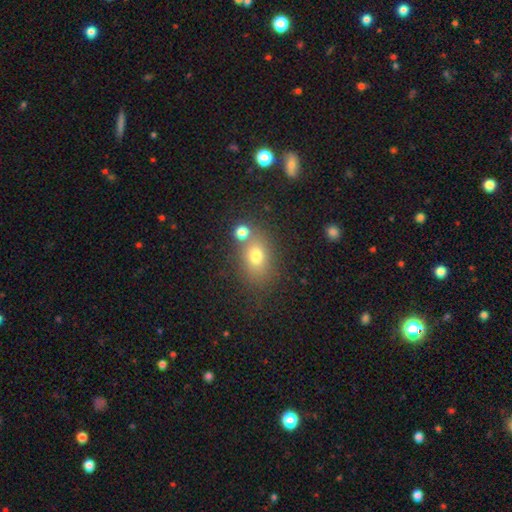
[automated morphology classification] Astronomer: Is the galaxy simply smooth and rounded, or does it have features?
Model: smooth — 73%.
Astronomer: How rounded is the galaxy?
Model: in between — 67%.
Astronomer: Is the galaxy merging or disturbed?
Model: none — 61%.